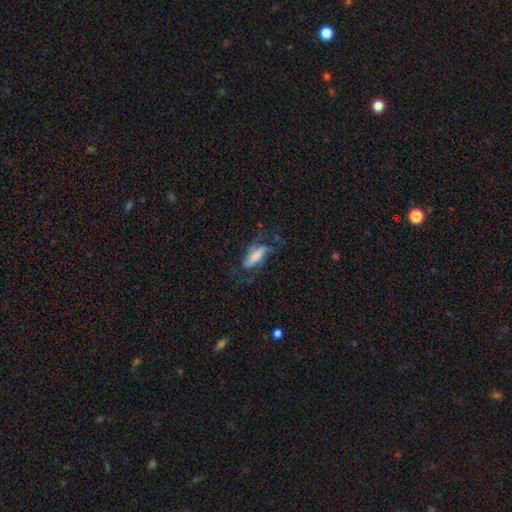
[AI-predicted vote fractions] smooth_or_featured: smooth (p=0.48) [alt: featured or disk p=0.44]
merging: none (p=0.46) [alt: major disturbance p=0.28]